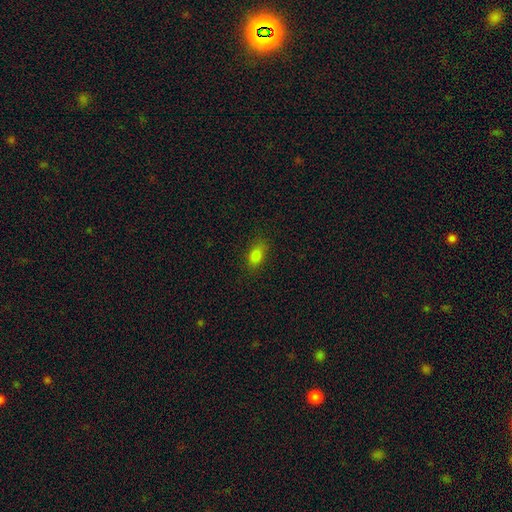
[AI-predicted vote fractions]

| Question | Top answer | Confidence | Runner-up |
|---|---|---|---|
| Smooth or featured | smooth | 83% | star or artifact (11%) |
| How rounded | in between | 83% | round (13%) |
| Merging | none | 78% | minor disturbance (16%) |